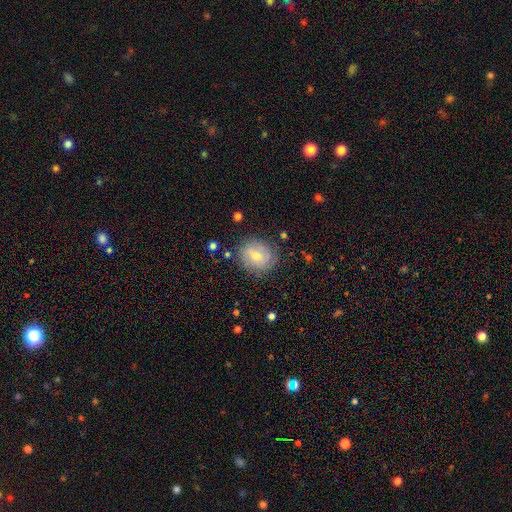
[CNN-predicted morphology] This is possibly a smooth galaxy (58%). How rounded: likely round (65%). Merging: likely none (78%).